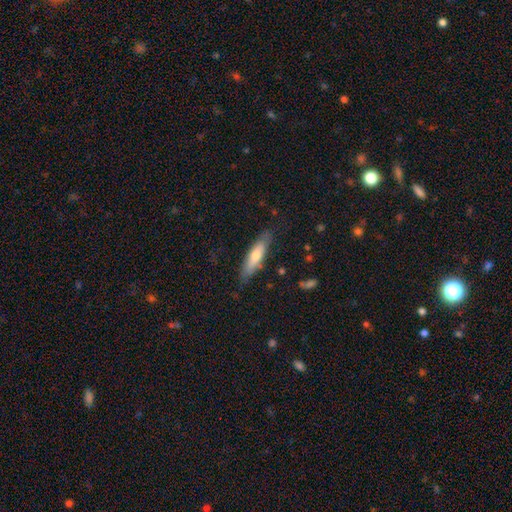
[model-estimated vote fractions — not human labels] Smooth or featured? smooth (60%)
How rounded? cigar-shaped (72%)
Merging? none (81%)